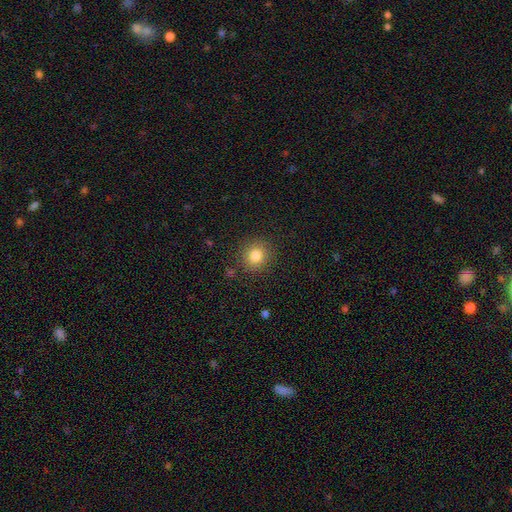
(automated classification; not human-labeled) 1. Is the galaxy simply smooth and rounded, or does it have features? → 82% smooth, 12% star or artifact, 7% featured or disk.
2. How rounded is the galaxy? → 90% round, 10% in between, 1% cigar-shaped.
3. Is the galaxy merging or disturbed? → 88% none, 7% minor disturbance, 3% major disturbance, 2% merger.